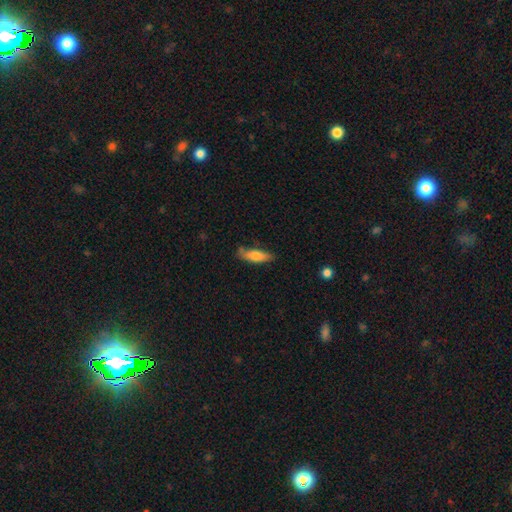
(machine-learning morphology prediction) smooth_or_featured: smooth (p=0.75) [alt: featured or disk p=0.18]
how_rounded: cigar-shaped (p=0.50) [alt: in between p=0.48]
merging: none (p=0.66) [alt: minor disturbance p=0.25]